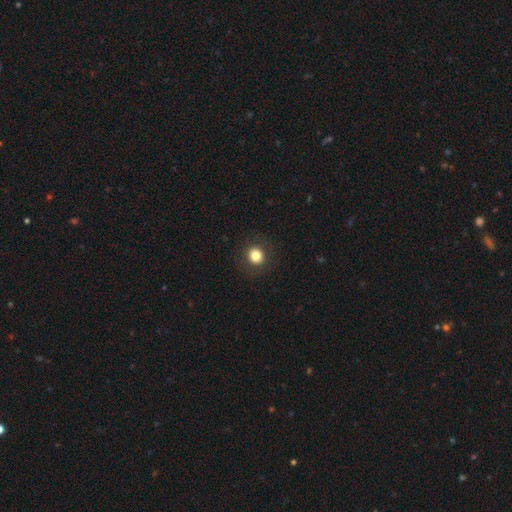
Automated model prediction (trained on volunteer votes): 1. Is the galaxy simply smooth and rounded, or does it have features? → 82% smooth, 11% star or artifact, 7% featured or disk.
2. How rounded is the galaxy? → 90% round, 9% in between, 1% cigar-shaped.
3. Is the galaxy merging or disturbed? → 90% none, 6% minor disturbance, 3% major disturbance, 1% merger.